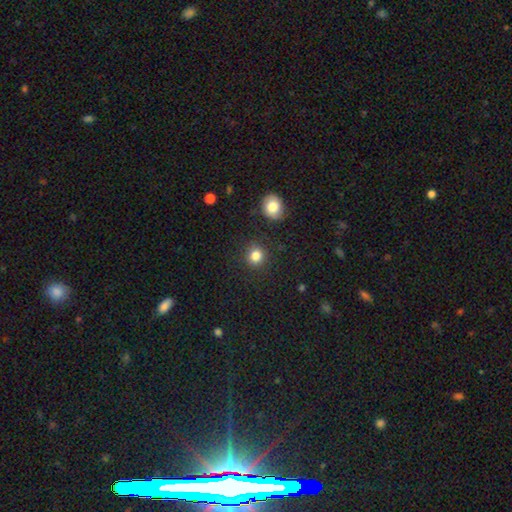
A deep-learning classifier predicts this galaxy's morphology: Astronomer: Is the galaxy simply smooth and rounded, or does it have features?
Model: smooth — 83%.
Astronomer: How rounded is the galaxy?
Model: round — 88%.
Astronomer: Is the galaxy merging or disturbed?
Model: none — 88%.